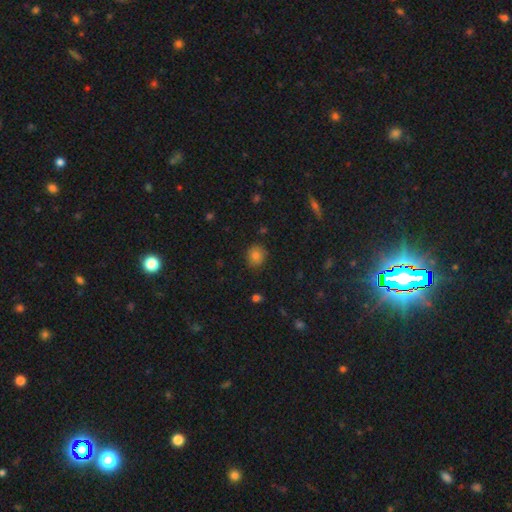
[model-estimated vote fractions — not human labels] Overall: smooth (79%). How rounded: round (78%). Merging: none (85%).